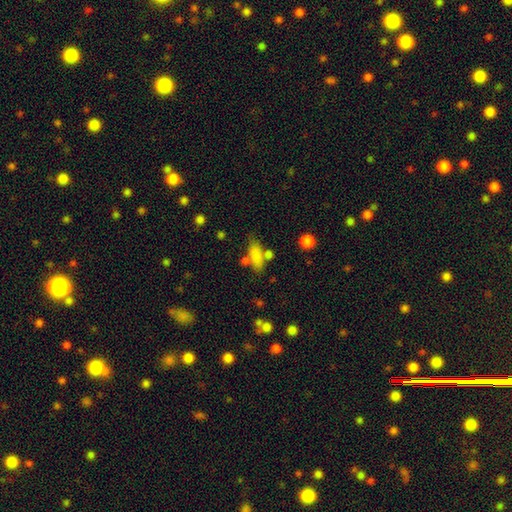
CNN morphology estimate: Smooth or featured? smooth (80%)
How rounded? in between (62%)
Merging? none (61%)